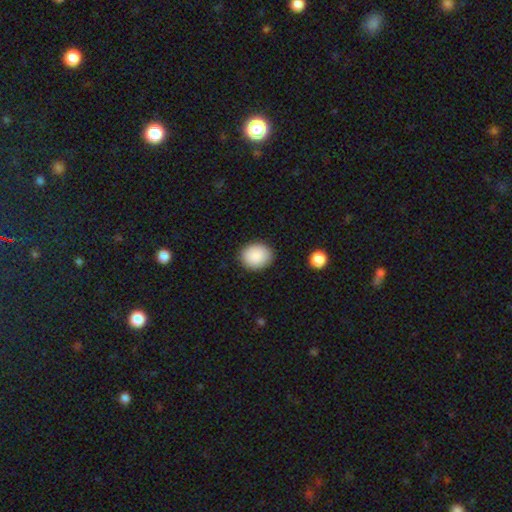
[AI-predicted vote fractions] Q: Smooth or featured?
A: smooth (89%); runner-up: star or artifact (7%)
Q: How rounded?
A: round (57%); runner-up: in between (42%)
Q: Merging?
A: none (88%); runner-up: minor disturbance (8%)